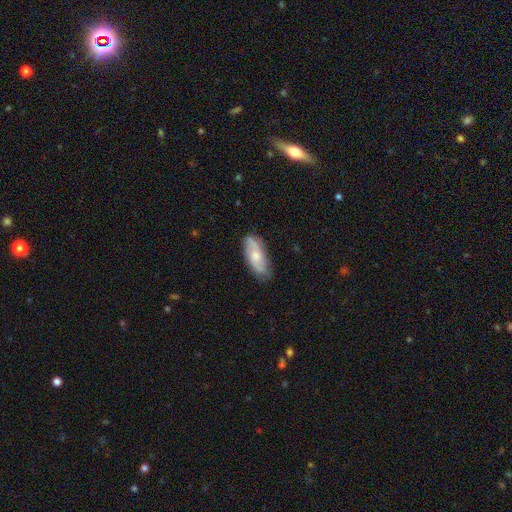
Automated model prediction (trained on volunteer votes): This appears to be a featured or disk galaxy (52%). Merging: none (78%).